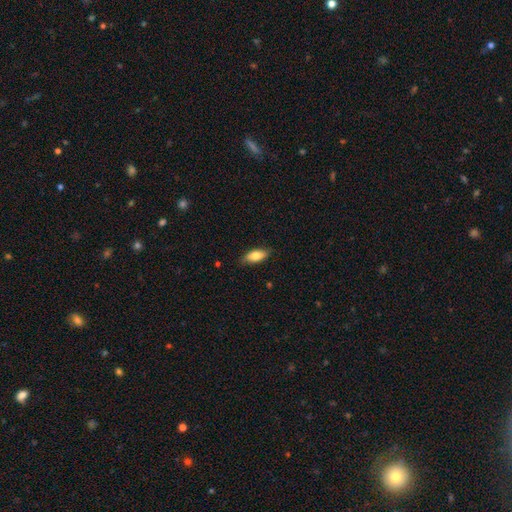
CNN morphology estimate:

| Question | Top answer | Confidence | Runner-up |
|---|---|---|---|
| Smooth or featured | smooth | 78% | featured or disk (16%) |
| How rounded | in between | 84% | cigar-shaped (13%) |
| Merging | none | 82% | minor disturbance (15%) |